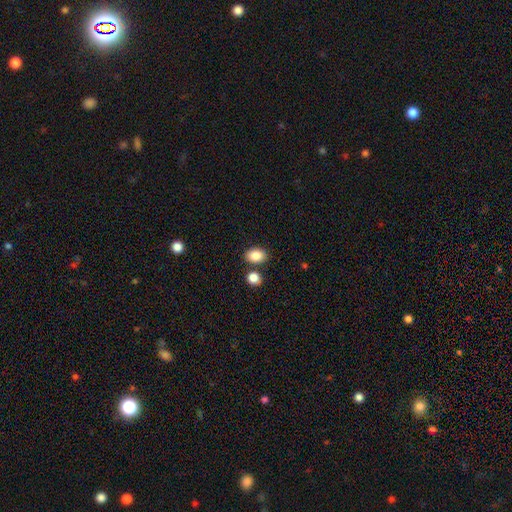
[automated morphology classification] A smooth galaxy with no disk features (87%) that is in between round and cigar-shaped (76%).

Vote fractions:
- Smooth or featured? smooth: 87% / star or artifact: 8% / featured or disk: 5%
- How rounded? in between: 76% / round: 23% / cigar-shaped: 1%
- Merging? none: 77% / merger: 10% / minor disturbance: 10% / major disturbance: 3%